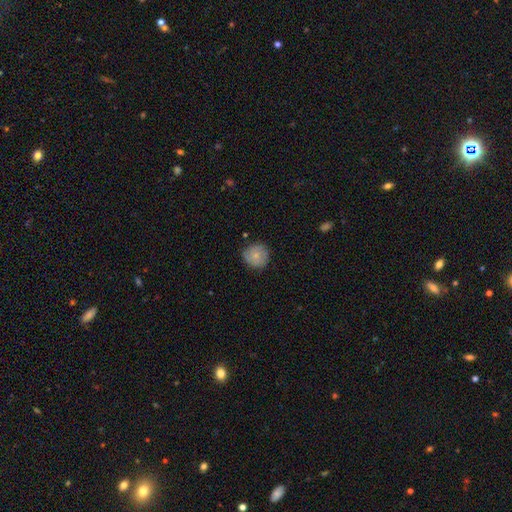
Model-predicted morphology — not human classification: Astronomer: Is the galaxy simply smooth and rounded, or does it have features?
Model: smooth — 75%.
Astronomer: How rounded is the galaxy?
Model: round — 92%.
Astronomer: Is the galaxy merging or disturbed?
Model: none — 82%.